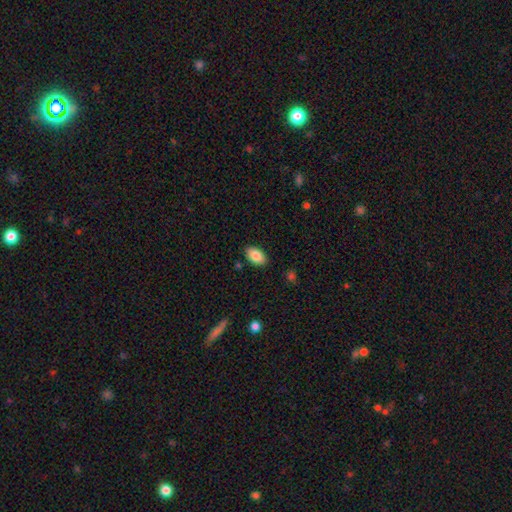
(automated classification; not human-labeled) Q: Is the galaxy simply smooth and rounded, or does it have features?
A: smooth — 87%.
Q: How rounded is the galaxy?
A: in between — 93%.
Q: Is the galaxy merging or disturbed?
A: none — 87%.